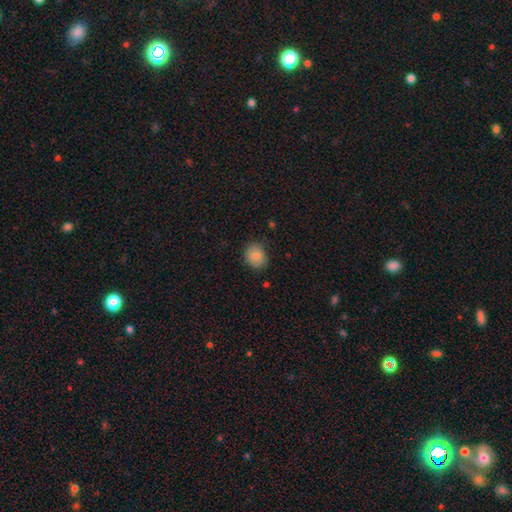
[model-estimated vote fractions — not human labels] Smooth or featured? smooth (85%)
How rounded? round (67%)
Merging? none (81%)